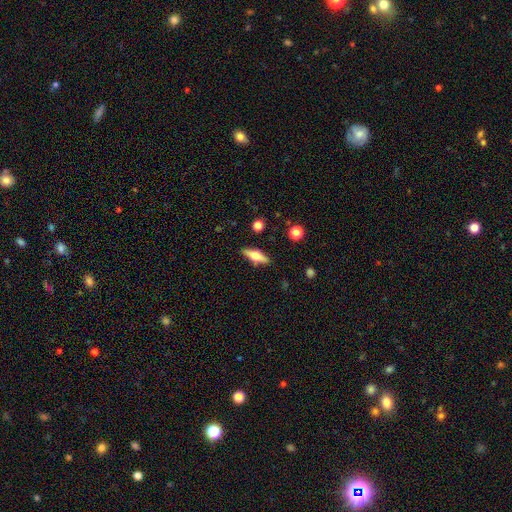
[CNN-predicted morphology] A featured or disk galaxy (55%) viewed edge-on (93%) with a rounded central bulge (93%). Merging: none (87%).